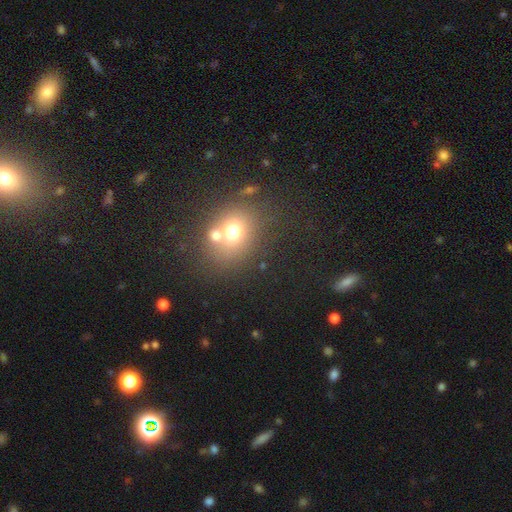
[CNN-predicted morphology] A smooth galaxy with no disk features (52%) that is round (71%).

Vote fractions:
- Smooth or featured? smooth: 52% / star or artifact: 36% / featured or disk: 12%
- How rounded? round: 71% / in between: 28% / cigar-shaped: 2%
- Merging? none: 61% / merger: 23% / minor disturbance: 10% / major disturbance: 5%